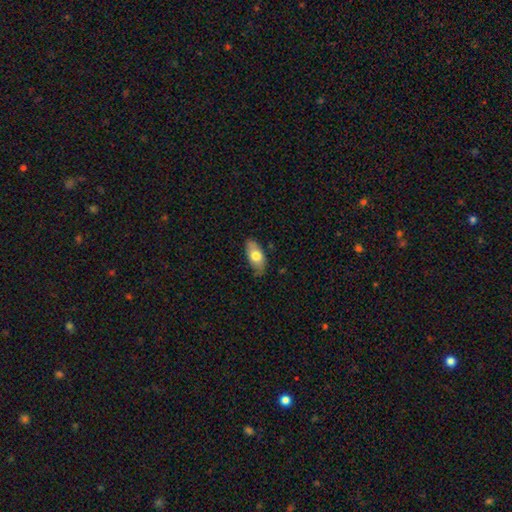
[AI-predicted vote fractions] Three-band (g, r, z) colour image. It shows a smooth galaxy with no disk features (72%) that is in between round and cigar-shaped (90%). Merging: none (77%).